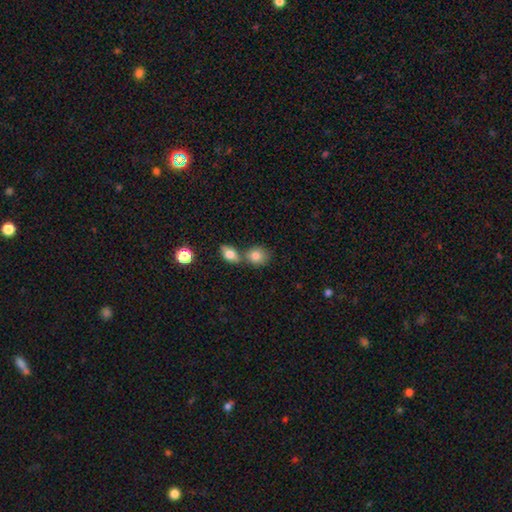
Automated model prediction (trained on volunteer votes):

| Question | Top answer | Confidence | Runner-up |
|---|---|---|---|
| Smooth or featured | smooth | 81% | featured or disk (10%) |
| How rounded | round | 54% | in between (44%) |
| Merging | none | 46% | merger (41%) |